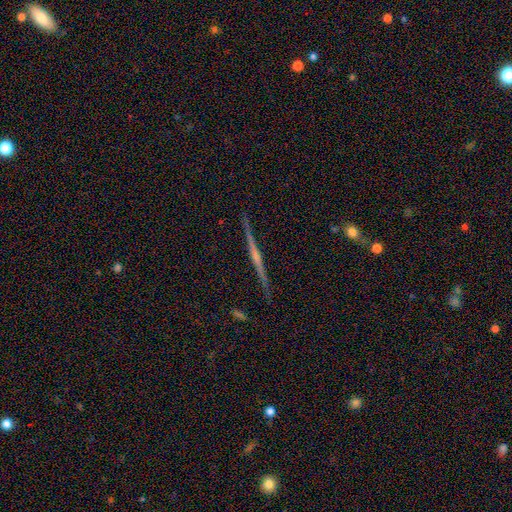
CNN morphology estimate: This appears to be a featured or disk galaxy (75%) viewed edge-on (97%) with a rounded central bulge (63%). Merging: none (91%).